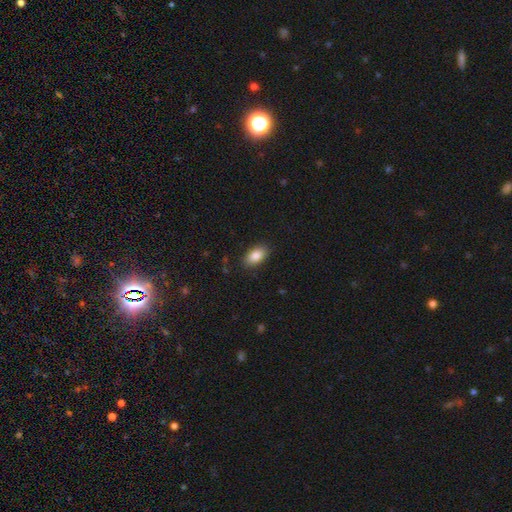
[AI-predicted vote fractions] Smooth or featured? Predicted: smooth (p=0.86). How rounded? Predicted: in between (p=0.92). Merging? Predicted: none (p=0.88).